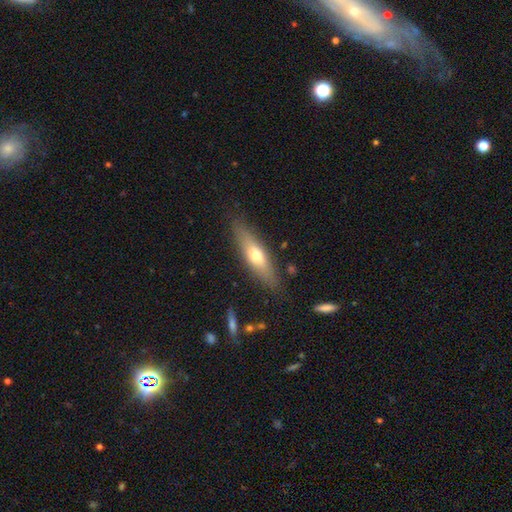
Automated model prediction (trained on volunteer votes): Q: Smooth or featured?
A: smooth (53%); runner-up: featured or disk (41%)
Q: How rounded?
A: cigar-shaped (68%); runner-up: in between (30%)
Q: Merging?
A: none (84%); runner-up: minor disturbance (11%)